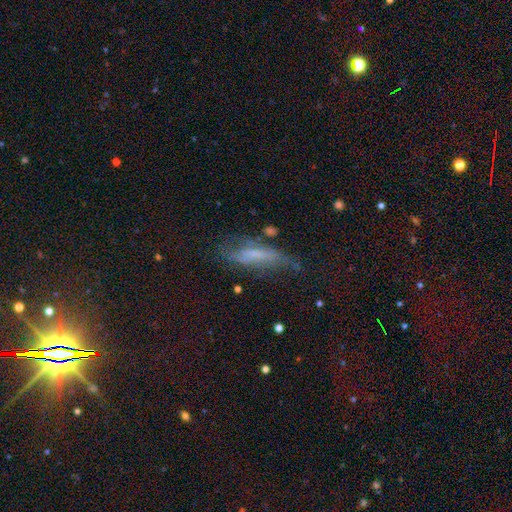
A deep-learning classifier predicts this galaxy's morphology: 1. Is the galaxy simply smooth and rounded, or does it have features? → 40% featured or disk, 33% smooth, 27% star or artifact.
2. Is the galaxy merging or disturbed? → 53% none, 26% minor disturbance, 18% major disturbance, 4% merger.